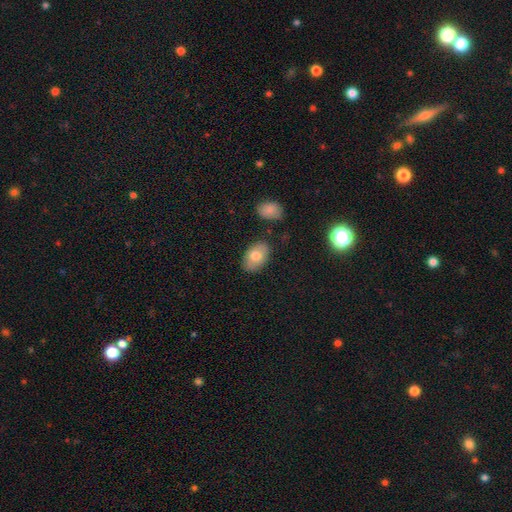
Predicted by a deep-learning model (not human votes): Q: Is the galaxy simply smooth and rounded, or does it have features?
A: smooth — 75%.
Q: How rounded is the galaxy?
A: in between — 89%.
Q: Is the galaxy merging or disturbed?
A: none — 81%.